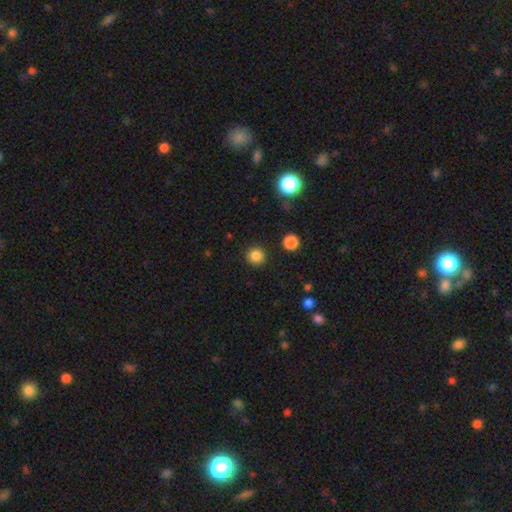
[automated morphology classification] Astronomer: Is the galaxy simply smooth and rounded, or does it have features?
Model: smooth — 84%.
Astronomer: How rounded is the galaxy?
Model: round — 93%.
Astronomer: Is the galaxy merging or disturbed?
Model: none — 91%.